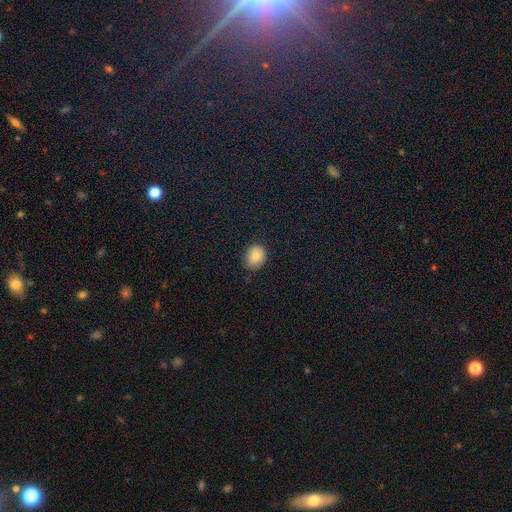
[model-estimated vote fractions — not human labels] smooth-or-featured: smooth: 77% | featured or disk: 12% | star or artifact: 11%
  how-rounded: round: 61% | in between: 38% | cigar-shaped: 1%
  merging: none: 80% | minor disturbance: 16% | major disturbance: 3% | merger: 1%